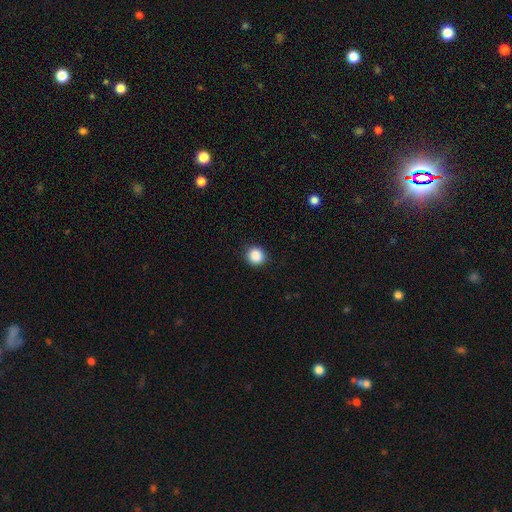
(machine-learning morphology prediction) smooth_or_featured: smooth (p=0.88) [alt: star or artifact p=0.10]
how_rounded: round (p=0.90) [alt: in between p=0.09]
merging: none (p=0.91) [alt: minor disturbance p=0.06]